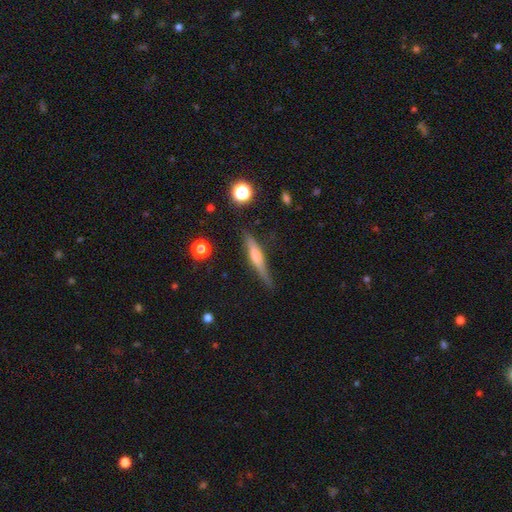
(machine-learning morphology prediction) smooth-or-featured: featured or disk: 58% | smooth: 35% | star or artifact: 8%
  disk-edge-on: yes: 95% | no: 5%
    edge-on-bulge: rounded: 74% | none: 17% | boxy: 9%
  merging: none: 81% | minor disturbance: 14% | major disturbance: 3% | merger: 2%